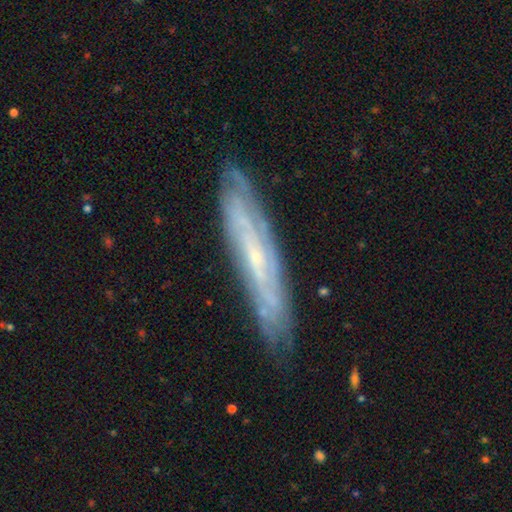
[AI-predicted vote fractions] Q: Smooth or featured?
A: featured or disk (76%); runner-up: smooth (16%)
Q: Edge-on disk?
A: no (52%); runner-up: yes (48%)
Q: Merging?
A: none (80%); runner-up: minor disturbance (15%)